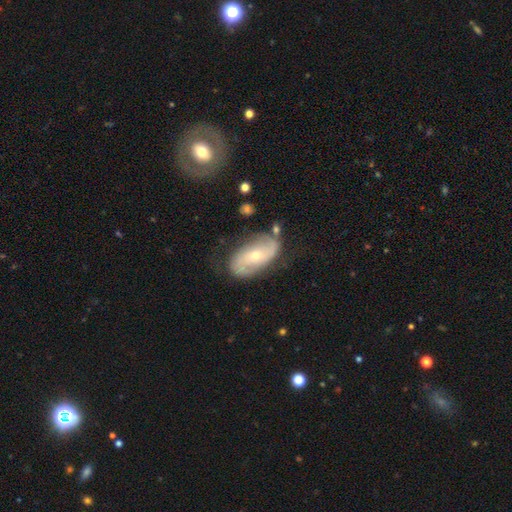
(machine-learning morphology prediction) smooth_or_featured: featured or disk (p=0.76) [alt: smooth p=0.18]
disk_edge_on: no (p=0.95) [alt: yes p=0.05]
bar: no (p=0.57) [alt: weak p=0.32]
has_spiral_arms: yes (p=0.90) [alt: no p=0.10]
spiral_winding: medium (p=0.41) [alt: loose p=0.30]
spiral_arm_count: 2 (p=0.83) [alt: can't tell p=0.10]
bulge_size: small (p=0.51) [alt: moderate p=0.46]
merging: none (p=0.71) [alt: minor disturbance p=0.19]